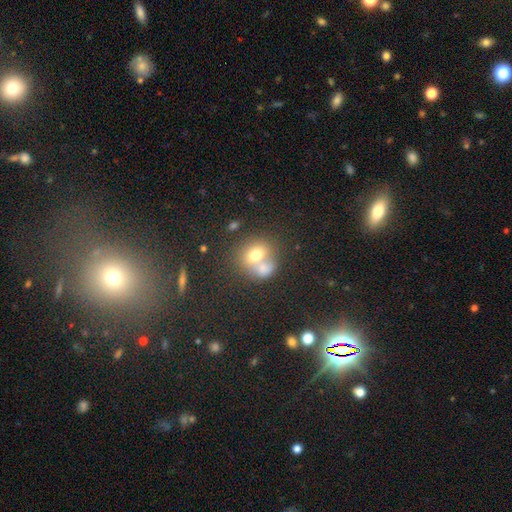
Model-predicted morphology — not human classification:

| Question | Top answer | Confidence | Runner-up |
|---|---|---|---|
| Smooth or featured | smooth | 69% | featured or disk (19%) |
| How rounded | round | 66% | in between (33%) |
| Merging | merger | 55% | none (32%) |